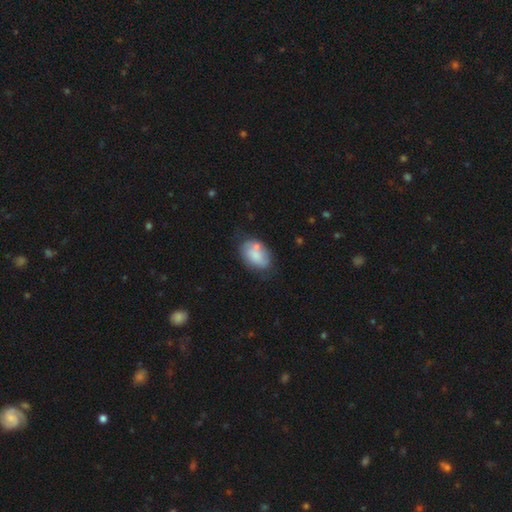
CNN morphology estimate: Overall: smooth (70%). How rounded: in between (85%). Merging: none (51%; minor disturbance 26%).